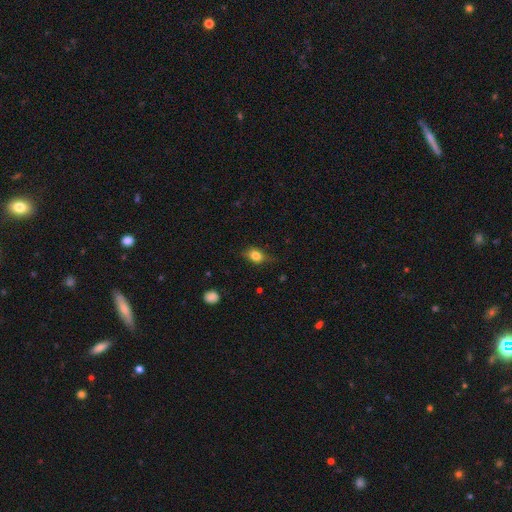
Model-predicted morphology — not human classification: Smooth or featured? smooth (79%)
How rounded? in between (68%)
Merging? none (69%)